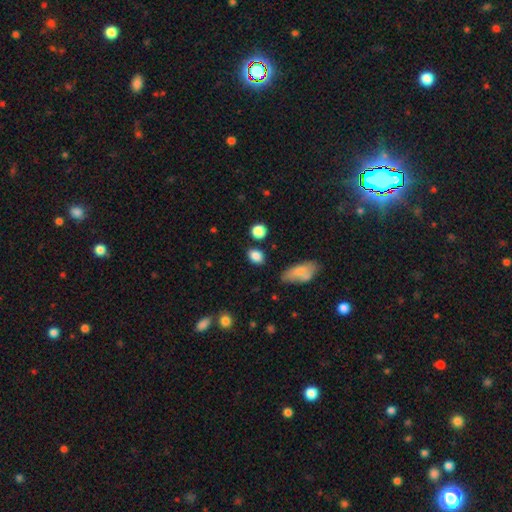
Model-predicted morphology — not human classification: Smooth or featured? smooth (86%)
How rounded? in between (65%)
Merging? none (79%)